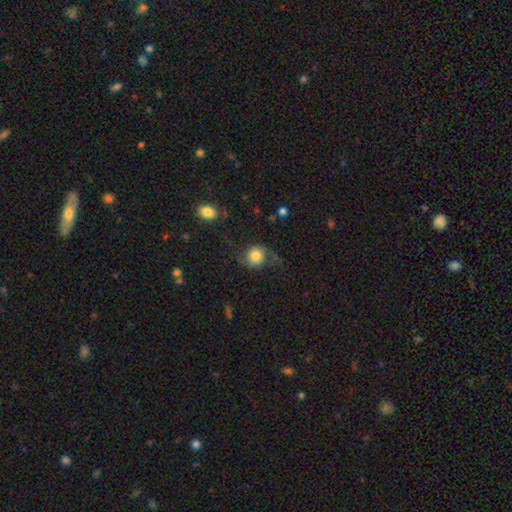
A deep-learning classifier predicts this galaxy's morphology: Smooth or featured? Predicted: featured or disk (p=0.47). Merging? Predicted: none (p=0.61).